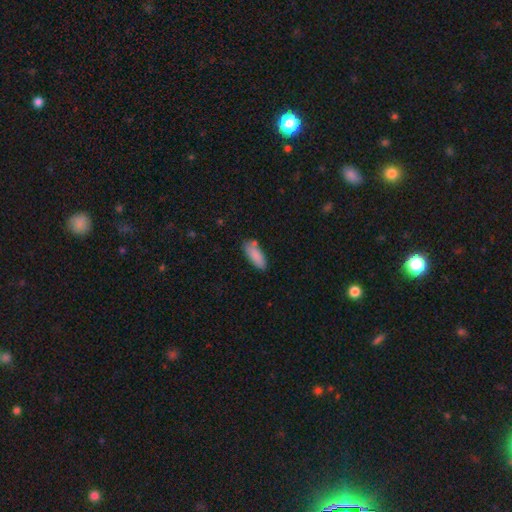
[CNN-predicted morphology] smooth_or_featured: smooth (p=0.86) [alt: featured or disk p=0.07]
how_rounded: in between (p=0.77) [alt: cigar-shaped p=0.21]
merging: none (p=0.70) [alt: minor disturbance p=0.19]